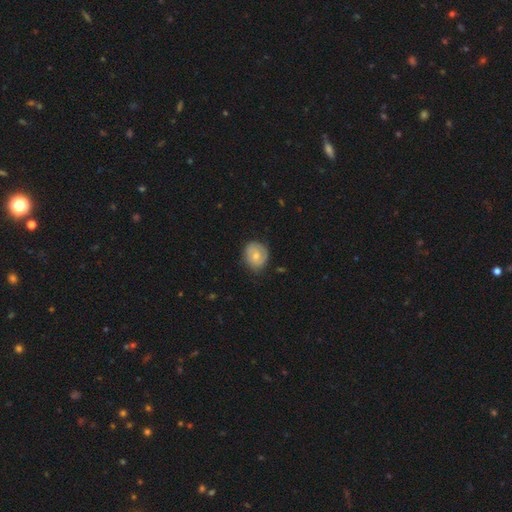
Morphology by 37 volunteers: smooth-or-featured: smooth: 49% | featured or disk: 46% | star or artifact: 5%
  how-rounded: round: 83% | in between: 17% | cigar-shaped: 0%
  merging: none: 63% | minor disturbance: 26% | major disturbance: 11% | merger: 0%